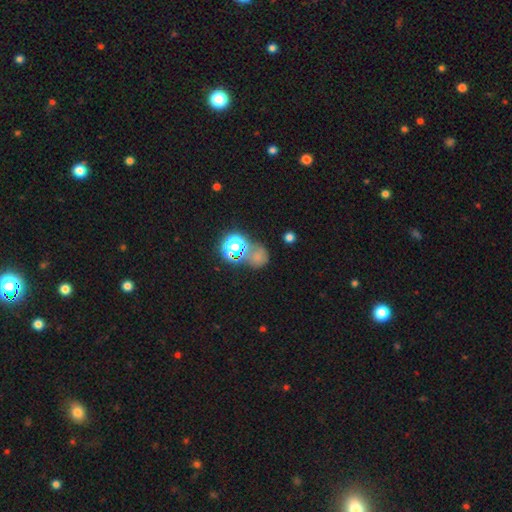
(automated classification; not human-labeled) Smooth or featured?
  - smooth: 53% *
  - star or artifact: 37%
  - featured or disk: 11%
How rounded?
  - round: 74% *
  - in between: 24%
  - cigar-shaped: 1%
Merging?
  - none: 50% *
  - merger: 21%
  - minor disturbance: 16%
  - major disturbance: 14%